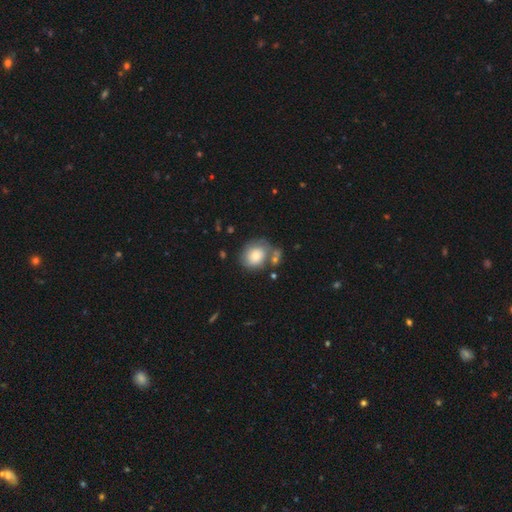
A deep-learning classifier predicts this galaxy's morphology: The model was most divided on "merging": none: 52%, minor disturbance: 21%, merger: 17%, major disturbance: 10%. More confident: smooth or featured — smooth (72%); how rounded — round (69%).